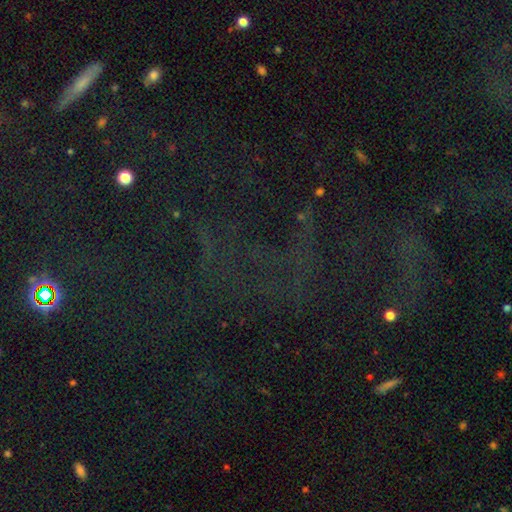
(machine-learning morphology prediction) Smooth or featured? star or artifact (72%)